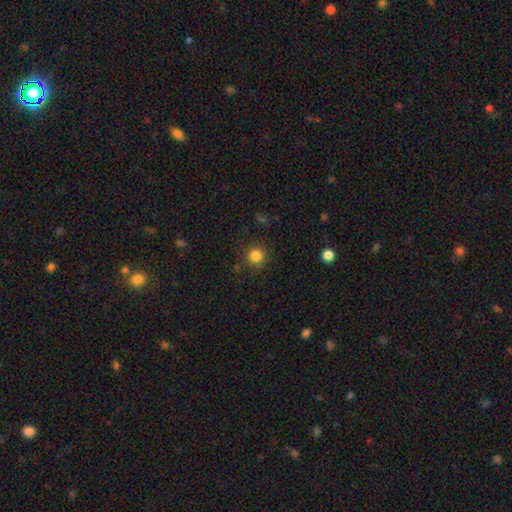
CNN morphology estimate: Smooth or featured? smooth (83%)
How rounded? round (93%)
Merging? none (87%)